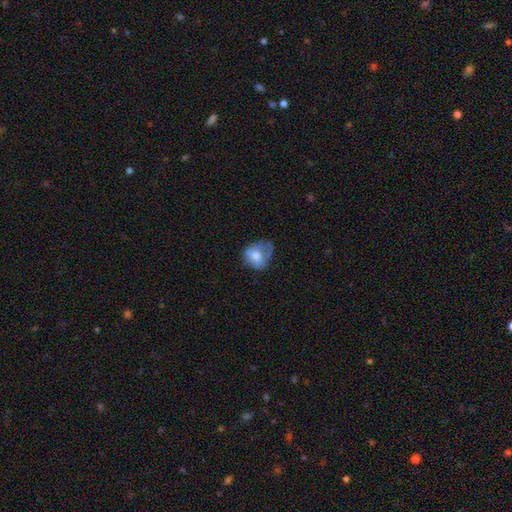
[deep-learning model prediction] Smooth or featured: smooth — 65% (featured or disk — 27%)
How rounded: round — 56% (in between — 43%)
Merging: none — 37% (minor disturbance — 35%)